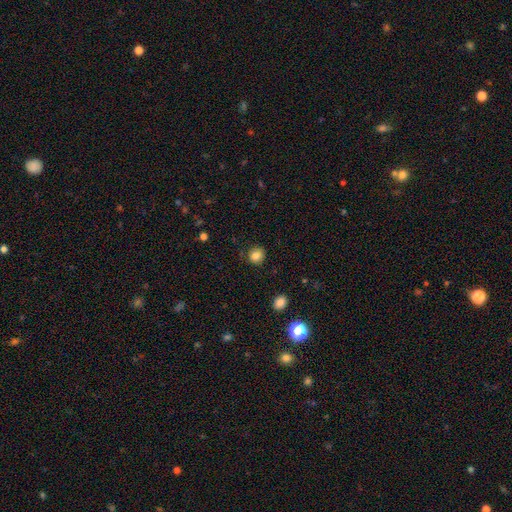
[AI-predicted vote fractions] A smooth galaxy with no disk features (84%) that is round (87%). Merging: none (86%).